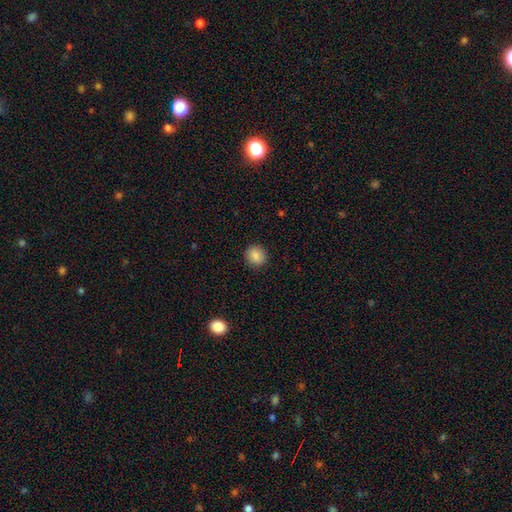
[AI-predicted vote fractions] Smooth or featured?
  - smooth: 87% *
  - star or artifact: 9%
  - featured or disk: 4%
How rounded?
  - round: 86% *
  - in between: 13%
  - cigar-shaped: 1%
Merging?
  - none: 91% *
  - minor disturbance: 6%
  - major disturbance: 2%
  - merger: 1%